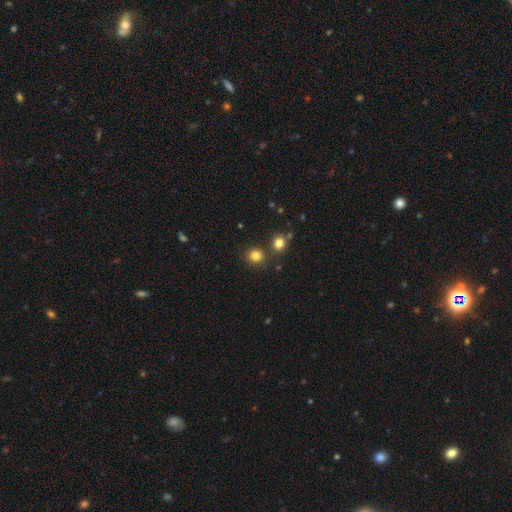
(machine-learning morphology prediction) Smooth or featured?
  - smooth: 81% *
  - star or artifact: 14%
  - featured or disk: 5%
How rounded?
  - round: 89% *
  - in between: 10%
  - cigar-shaped: 1%
Merging?
  - none: 80% *
  - merger: 10%
  - minor disturbance: 7%
  - major disturbance: 3%